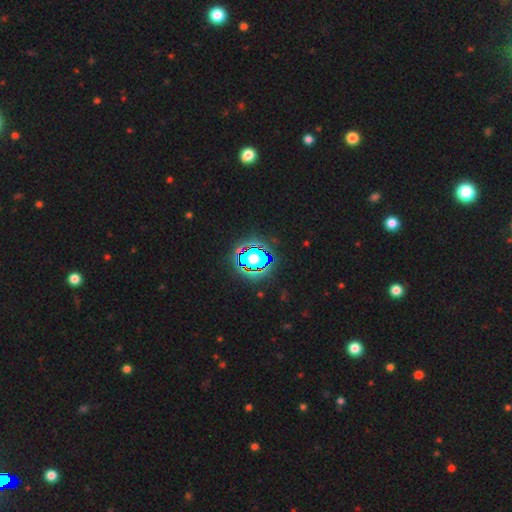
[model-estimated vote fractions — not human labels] Q: Smooth or featured?
A: star or artifact (82%); runner-up: smooth (11%)